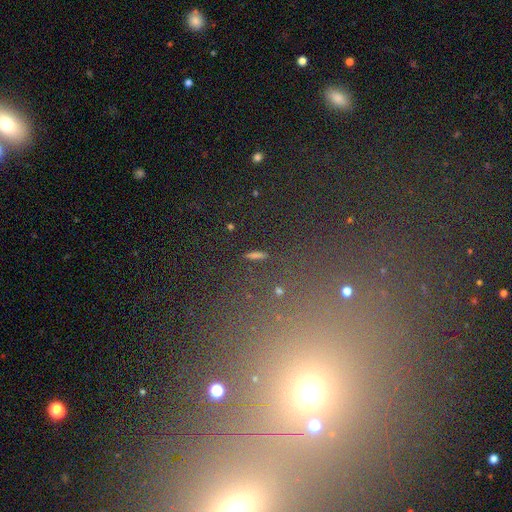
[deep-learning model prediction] Q: Smooth or featured?
A: star or artifact (44%); runner-up: smooth (37%)